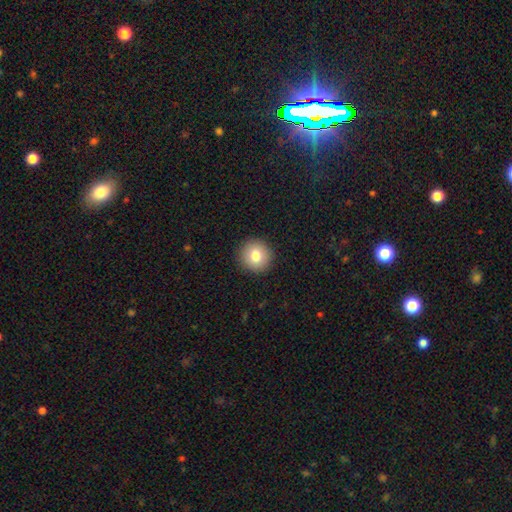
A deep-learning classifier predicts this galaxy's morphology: Smooth or featured? Predicted: smooth (p=0.80). How rounded? Predicted: round (p=0.94). Merging? Predicted: none (p=0.93).